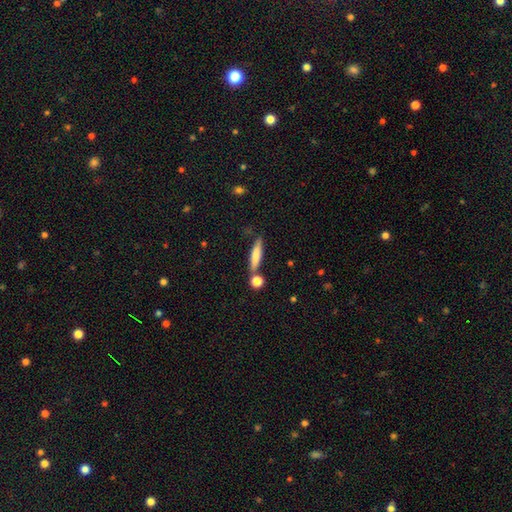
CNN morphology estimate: type=smooth (72%); roundness=cigar-shaped (82%); merging=none (70%).